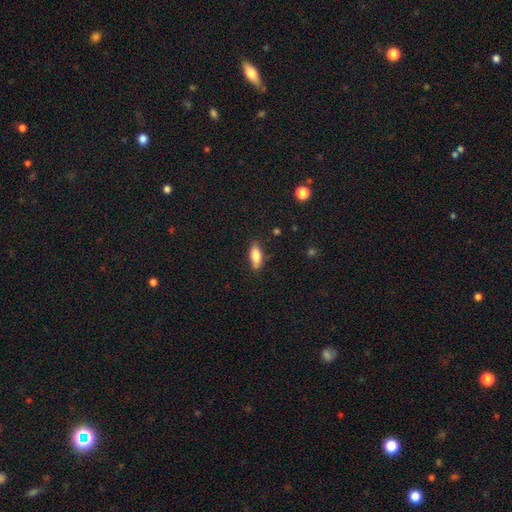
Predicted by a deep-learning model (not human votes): Smooth or featured? Predicted: smooth (p=0.76). How rounded? Predicted: in between (p=0.75). Merging? Predicted: none (p=0.80).